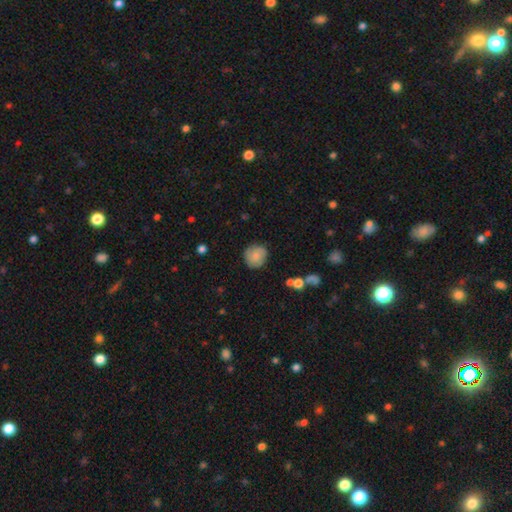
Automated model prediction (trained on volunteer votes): A smooth galaxy with no disk features (72%) that is round (89%). Merging: none (83%).